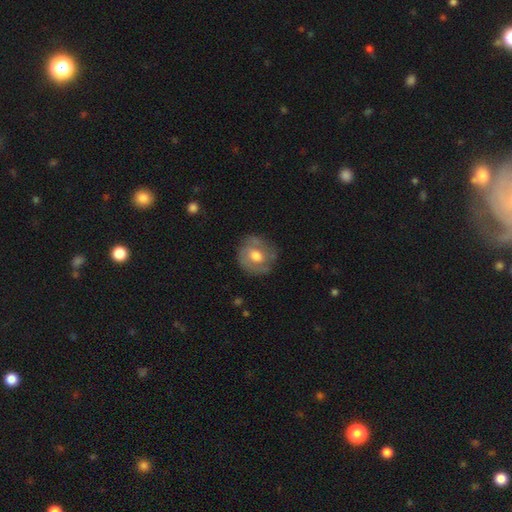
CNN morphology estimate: Smooth or featured? featured or disk (49%)
Merging? none (76%)